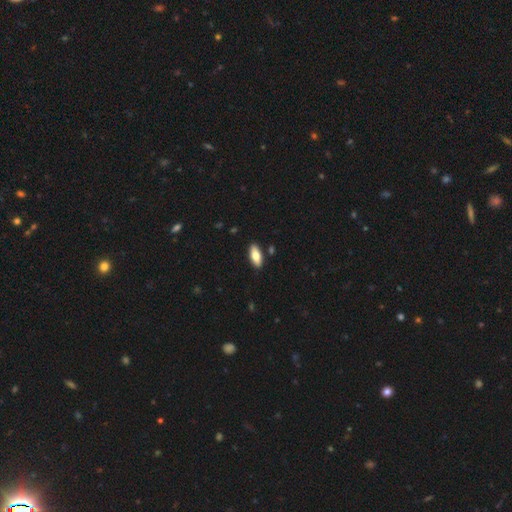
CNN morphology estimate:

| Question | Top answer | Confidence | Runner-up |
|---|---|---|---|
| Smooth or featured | smooth | 76% | featured or disk (18%) |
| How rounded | in between | 82% | cigar-shaped (16%) |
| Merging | none | 88% | minor disturbance (8%) |